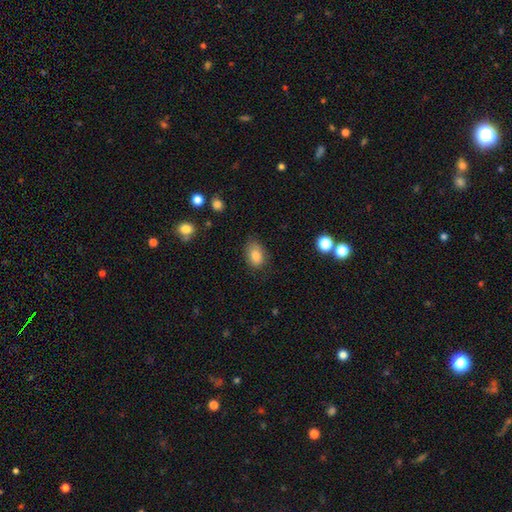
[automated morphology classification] The model was most divided on "merging": none: 73%, minor disturbance: 21%, major disturbance: 5%, merger: 2%. More confident: smooth or featured — smooth (83%); how rounded — in between (82%).